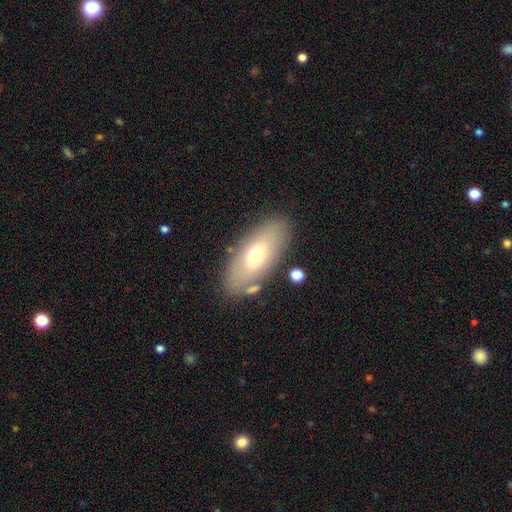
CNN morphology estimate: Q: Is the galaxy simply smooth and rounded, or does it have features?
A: smooth — 62%.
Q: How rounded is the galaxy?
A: in between — 84%.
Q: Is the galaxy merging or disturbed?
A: none — 80%.